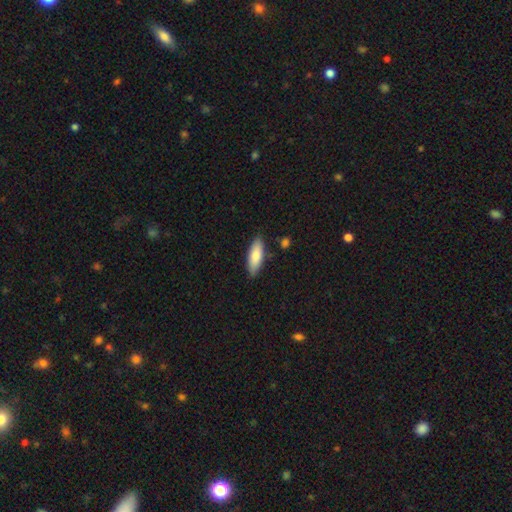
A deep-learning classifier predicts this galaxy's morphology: This appears to be a smooth galaxy with no disk features (80%) that is in between round and cigar-shaped (66%). Merging: none (83%).